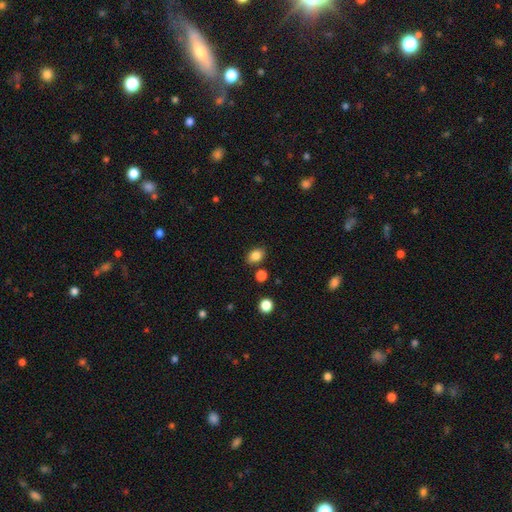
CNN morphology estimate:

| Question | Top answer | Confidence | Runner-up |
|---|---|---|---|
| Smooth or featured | smooth | 85% | star or artifact (10%) |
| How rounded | in between | 72% | round (26%) |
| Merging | none | 82% | minor disturbance (10%) |